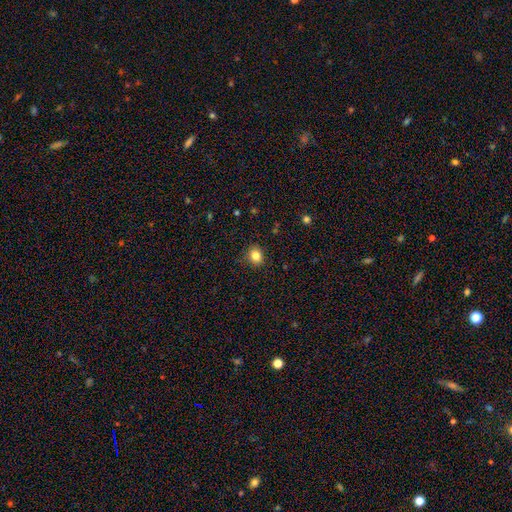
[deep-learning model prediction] Overall: smooth (83%). How rounded: round (68%; in between 32%). Merging: none (87%).